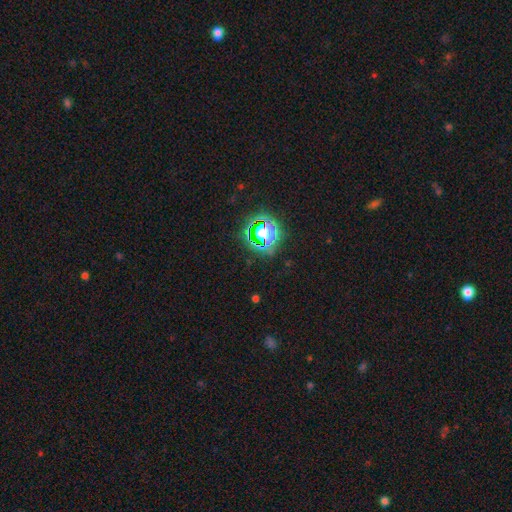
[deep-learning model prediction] Smooth or featured? Predicted: star or artifact (p=0.77).